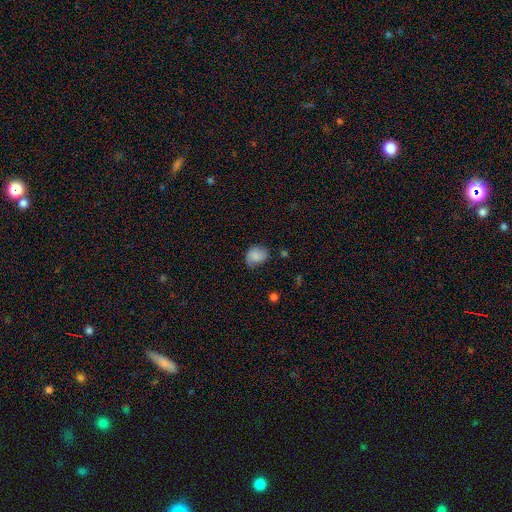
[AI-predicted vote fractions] Smooth or featured: smooth — 72% (featured or disk — 19%)
How rounded: round — 50% (in between — 49%)
Merging: none — 57% (minor disturbance — 32%)